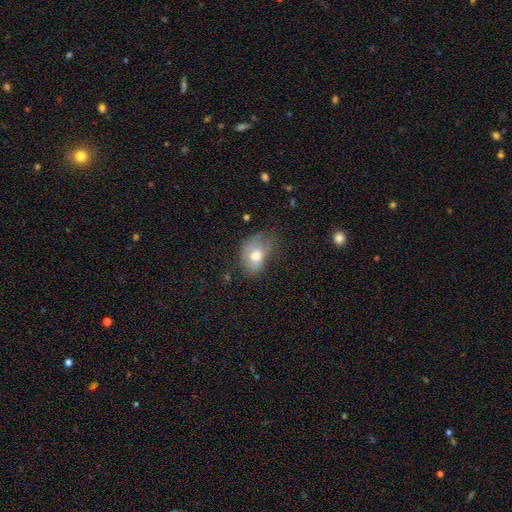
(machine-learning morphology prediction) A smooth galaxy with no disk features (68%) that is in between round and cigar-shaped (74%). Merging: minor disturbance (36%).